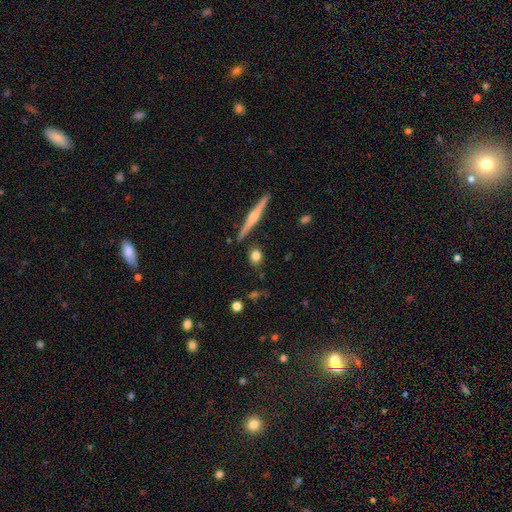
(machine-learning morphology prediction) The model was most divided on "how rounded": round: 56%, in between: 36%, cigar-shaped: 8%. More confident: merging — none (81%); smooth or featured — smooth (74%).